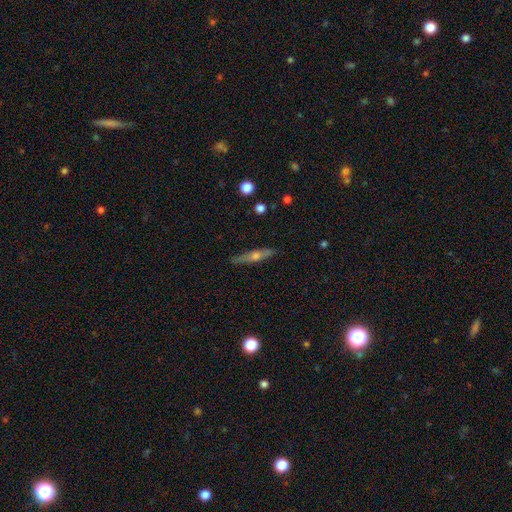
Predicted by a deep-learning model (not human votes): Smooth or featured: featured or disk — 61% (smooth — 32%)
Edge-on disk: yes — 93% (no — 7%)
Edge-on bulge: rounded — 89% (none — 7%)
Merging: none — 87% (minor disturbance — 9%)